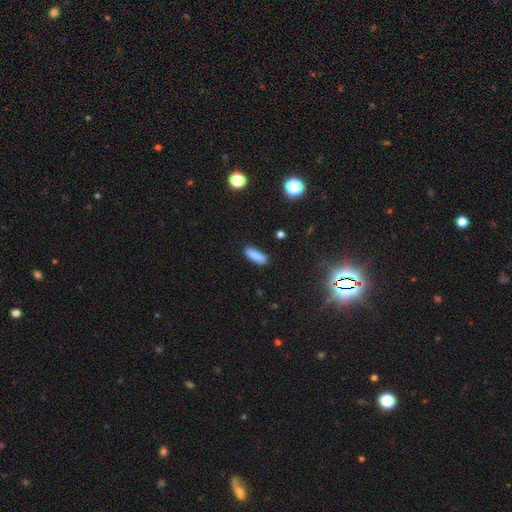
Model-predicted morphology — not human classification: This is clearly a smooth galaxy (87%). How rounded: likely in between (63%). Merging: clearly none (86%).